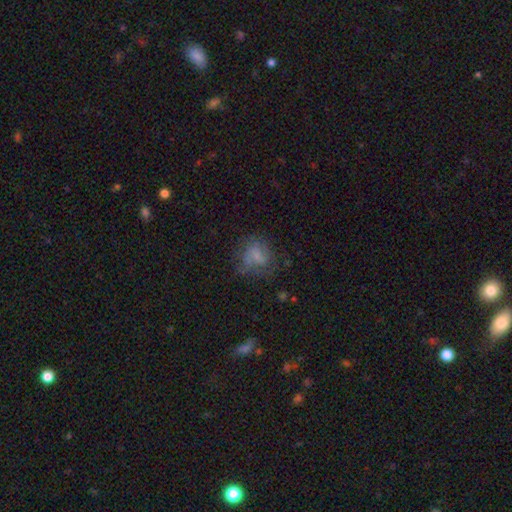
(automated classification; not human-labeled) This appears to be a smooth galaxy with no disk features (54%) that is round (52%). Merging: none (48%).